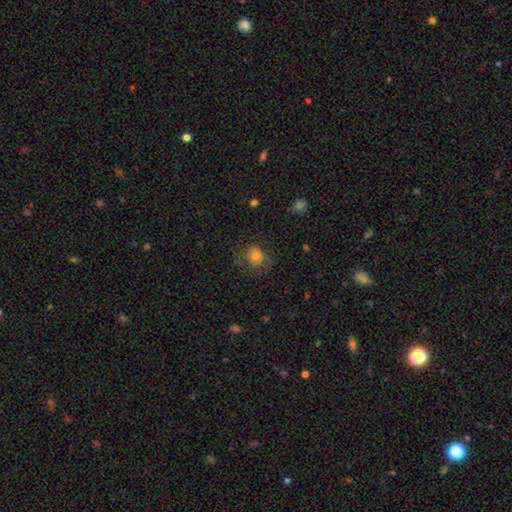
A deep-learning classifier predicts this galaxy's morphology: This is likely a smooth galaxy (70%). How rounded: likely round (77%). Merging: likely none (63%).